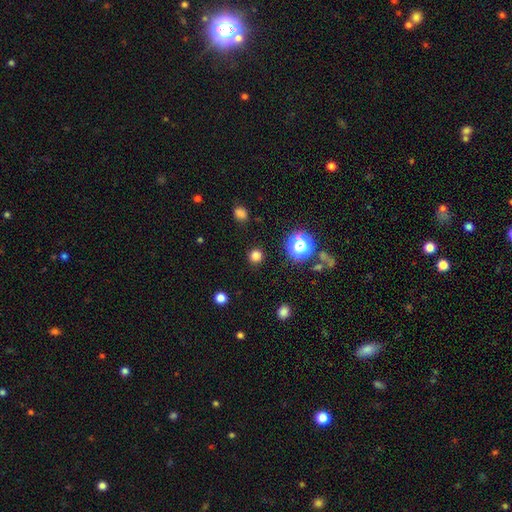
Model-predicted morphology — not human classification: A smooth galaxy with no disk features (77%) that is round (93%).

Vote fractions:
- Smooth or featured? smooth: 77% / star or artifact: 19% / featured or disk: 4%
- How rounded? round: 93% / in between: 6% / cigar-shaped: 1%
- Merging? none: 90% / minor disturbance: 6% / major disturbance: 3% / merger: 2%